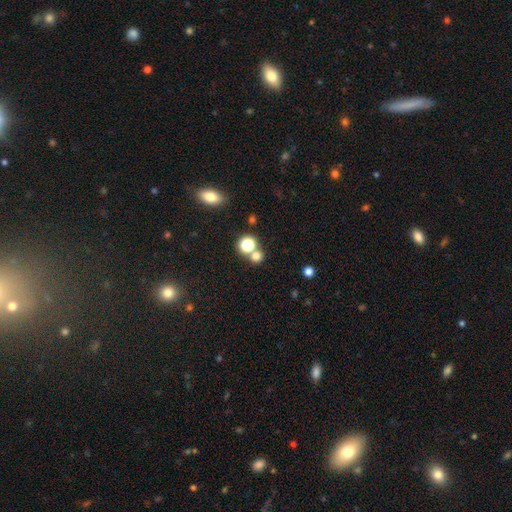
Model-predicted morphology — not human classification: This appears to be a smooth galaxy with no disk features (71%) that is round (83%). Merging: none (59%).